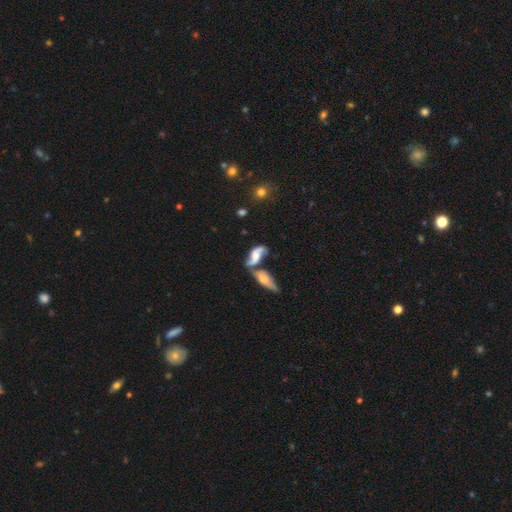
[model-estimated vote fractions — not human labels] A featured or disk galaxy (71%) with no bar (55%), 2 (88%) loose (63%) spiral arms (90%) and a moderate central bulge (34%). Merging: merger (48%).